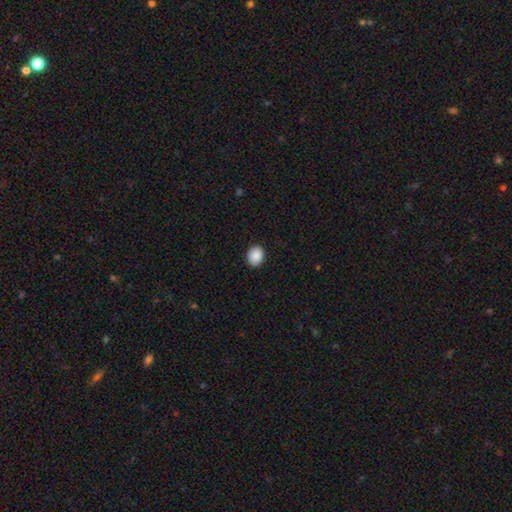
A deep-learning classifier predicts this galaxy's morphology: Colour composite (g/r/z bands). It shows a smooth galaxy with no disk features (90%) that is in between round and cigar-shaped (51%). Merging: none (90%).